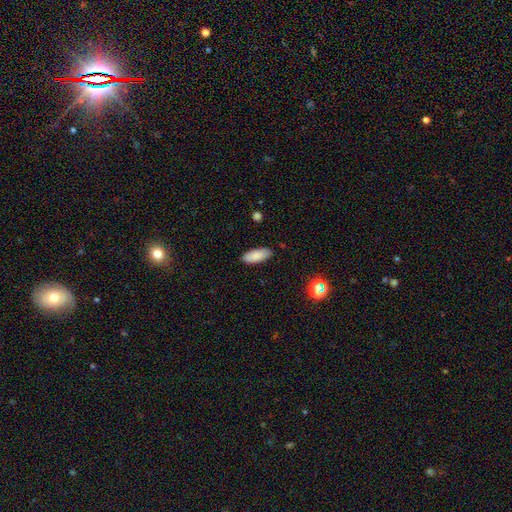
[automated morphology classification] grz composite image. It shows a smooth galaxy with no disk features (87%) that is in between round and cigar-shaped (81%). Merging: none (87%).